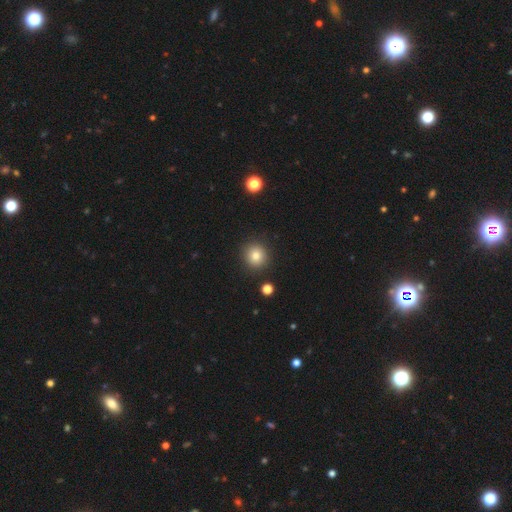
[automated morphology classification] This is clearly a smooth galaxy (81%). How rounded: clearly round (91%). Merging: clearly none (89%).